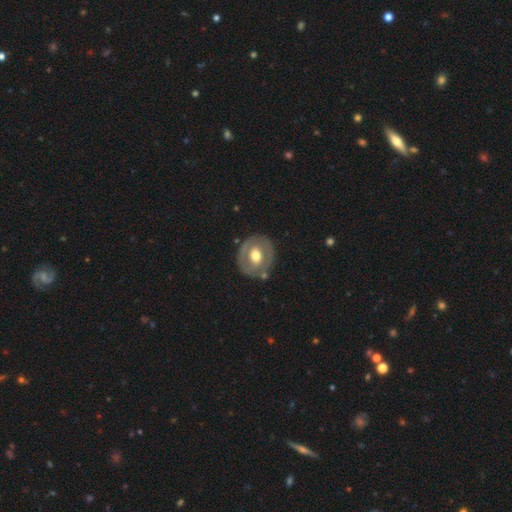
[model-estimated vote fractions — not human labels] Smooth or featured? featured or disk (56%)
Edge-on disk? no (94%)
Bar? no (57%)
Spiral arms? no (80%)
Bulge size? moderate (71%)
Merging? none (76%)